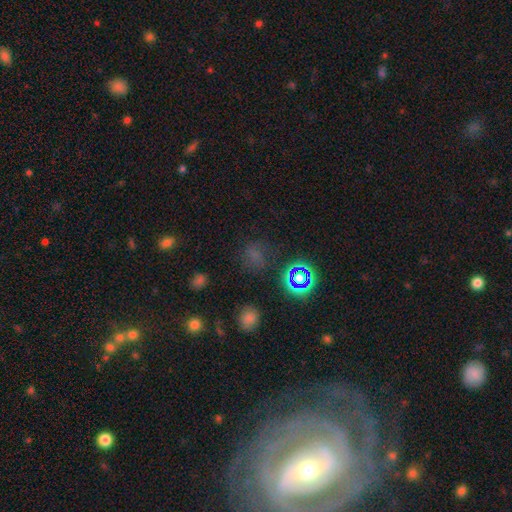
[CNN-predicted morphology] smooth 50%, star or artifact 41%, featured or disk 9%. Down the decision tree: merging — none (73%).